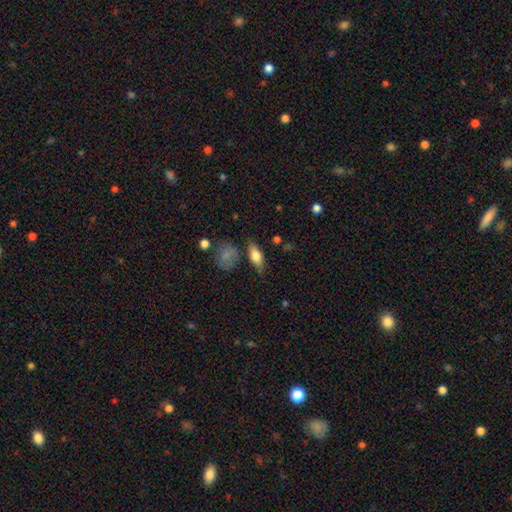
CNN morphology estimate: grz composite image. It shows a smooth galaxy with no disk features (71%) that is in between round and cigar-shaped (76%). Merging: none (74%).